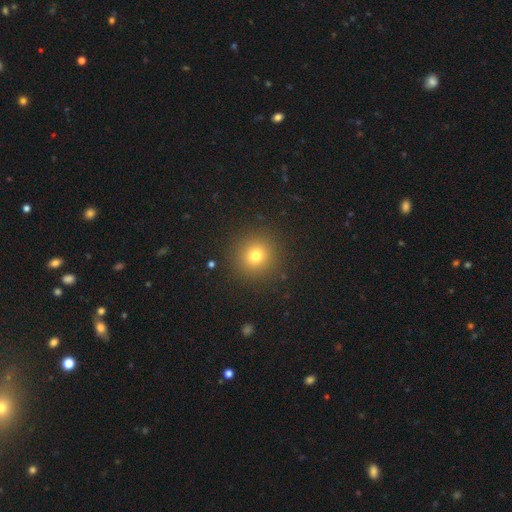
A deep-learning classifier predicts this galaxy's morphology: Smooth or featured? Predicted: smooth (p=0.75). How rounded? Predicted: round (p=0.93). Merging? Predicted: none (p=0.90).